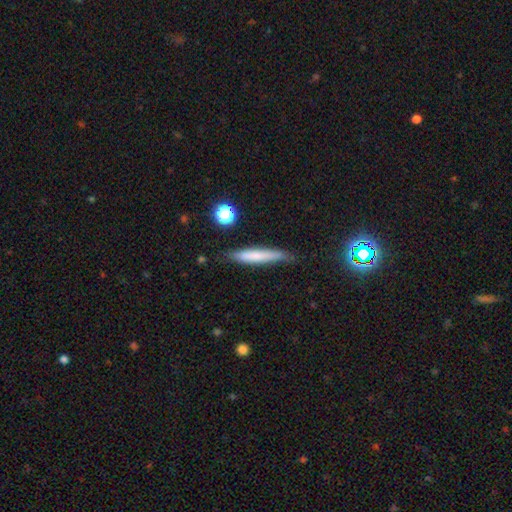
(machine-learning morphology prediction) smooth-or-featured: smooth: 68% | featured or disk: 25% | star or artifact: 7%
  how-rounded: cigar-shaped: 92% | in between: 7% | round: 1%
  merging: none: 78% | minor disturbance: 17% | major disturbance: 3% | merger: 2%